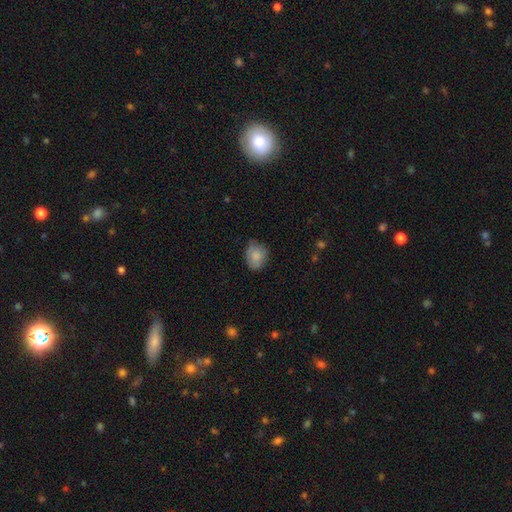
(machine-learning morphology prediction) Smooth or featured?
  - smooth: 82% *
  - featured or disk: 10%
  - star or artifact: 8%
How rounded?
  - round: 53% *
  - in between: 46%
  - cigar-shaped: 1%
Merging?
  - none: 65% *
  - minor disturbance: 29%
  - major disturbance: 5%
  - merger: 1%